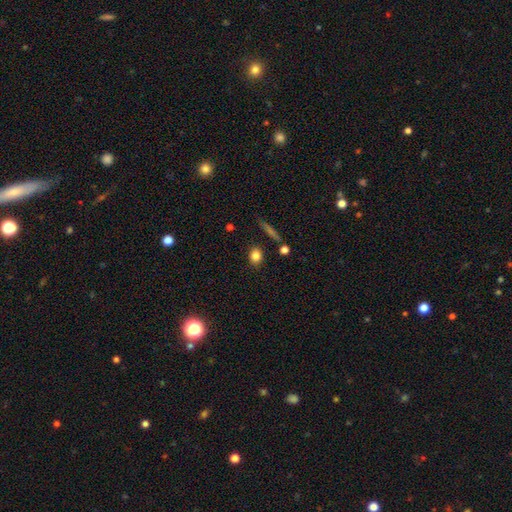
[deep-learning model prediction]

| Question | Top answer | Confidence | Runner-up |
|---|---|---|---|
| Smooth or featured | smooth | 82% | star or artifact (10%) |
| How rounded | round | 56% | in between (40%) |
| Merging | none | 83% | minor disturbance (10%) |